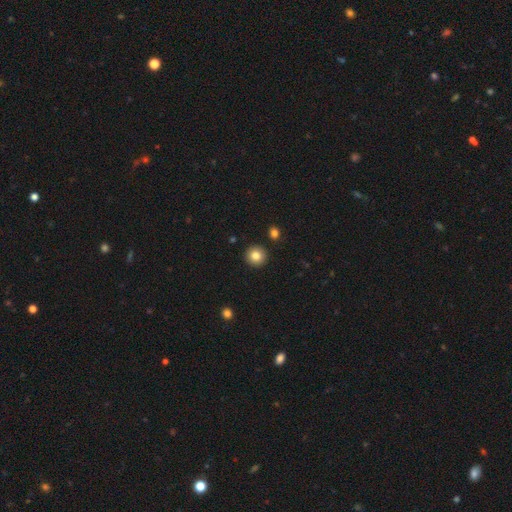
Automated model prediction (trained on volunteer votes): Smooth or featured: smooth — 83% (star or artifact — 10%)
How rounded: round — 94% (in between — 5%)
Merging: none — 91% (minor disturbance — 5%)